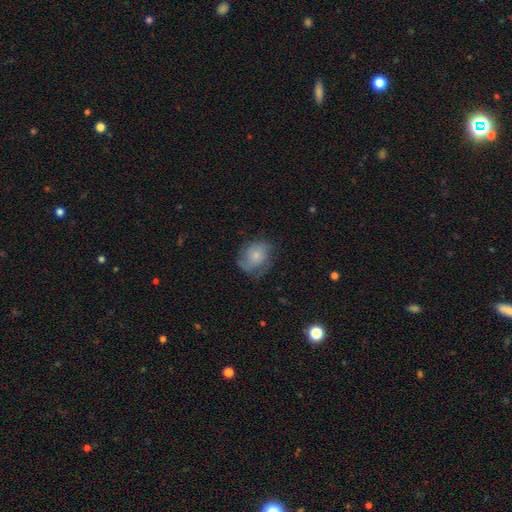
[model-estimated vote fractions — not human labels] smooth-or-featured: smooth: 53% | featured or disk: 39% | star or artifact: 8%
  how-rounded: round: 58% | in between: 41% | cigar-shaped: 1%
  merging: none: 55% | minor disturbance: 28% | major disturbance: 16% | merger: 1%